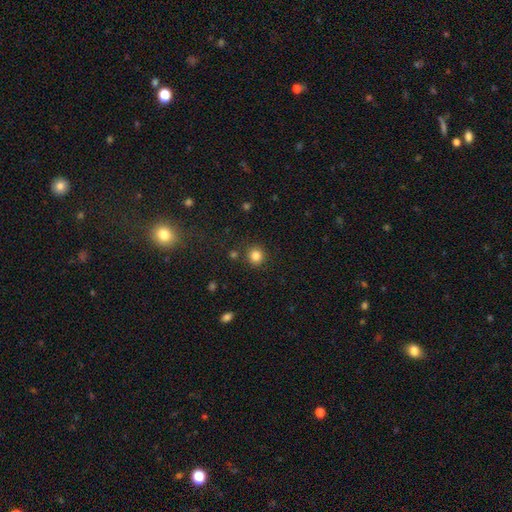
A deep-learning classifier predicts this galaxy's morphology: Q: Smooth or featured?
A: smooth (84%); runner-up: star or artifact (12%)
Q: How rounded?
A: round (91%); runner-up: in between (8%)
Q: Merging?
A: none (86%); runner-up: minor disturbance (7%)